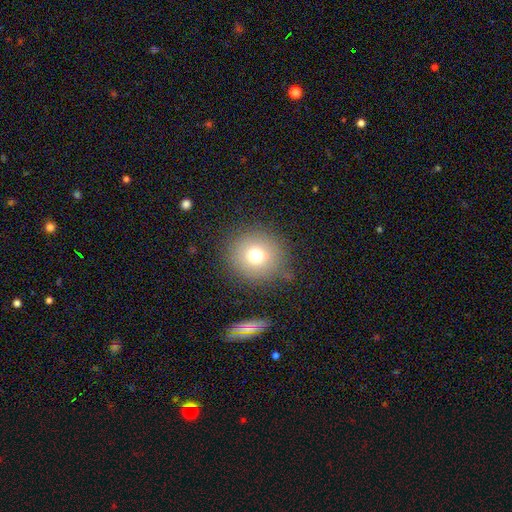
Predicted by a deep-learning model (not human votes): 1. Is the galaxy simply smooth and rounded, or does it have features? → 72% smooth, 15% star or artifact, 14% featured or disk.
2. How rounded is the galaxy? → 91% round, 8% in between, 1% cigar-shaped.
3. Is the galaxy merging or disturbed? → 81% none, 12% minor disturbance, 5% major disturbance, 3% merger.